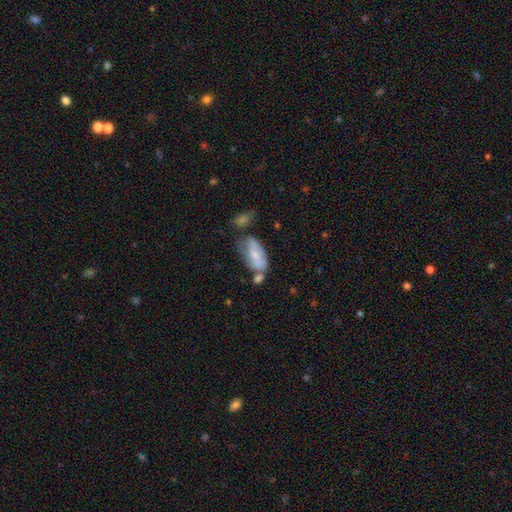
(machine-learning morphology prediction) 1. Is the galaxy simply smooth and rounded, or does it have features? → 55% smooth, 38% featured or disk, 7% star or artifact.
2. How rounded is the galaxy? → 89% in between, 7% cigar-shaped, 3% round.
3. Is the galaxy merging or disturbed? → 33% none, 28% merger, 25% minor disturbance, 14% major disturbance.